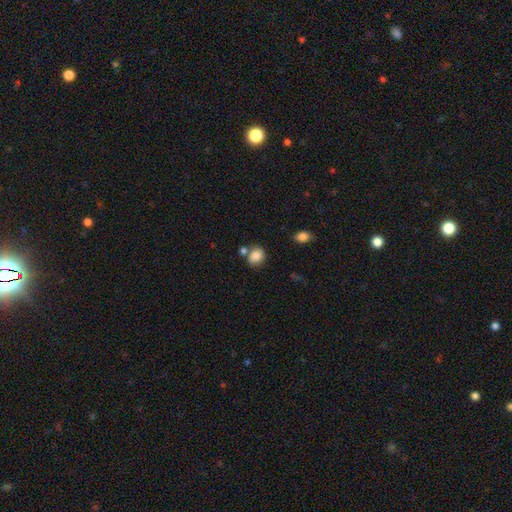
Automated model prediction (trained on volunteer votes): The model was most divided on "how rounded": round: 66%, in between: 33%, cigar-shaped: 1%. More confident: smooth or featured — smooth (84%); merging — none (60%).